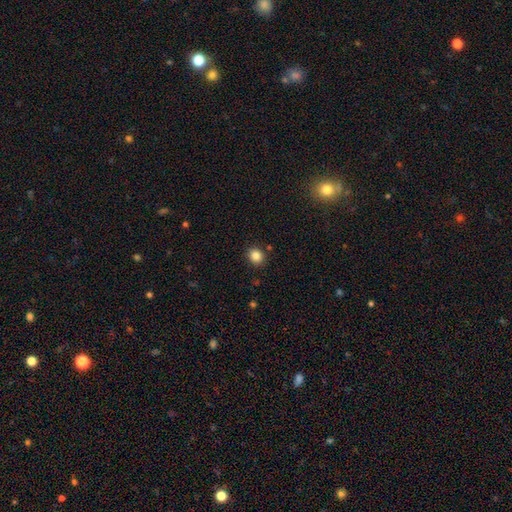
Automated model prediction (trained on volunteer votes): Smooth or featured? smooth (84%)
How rounded? round (73%)
Merging? none (88%)